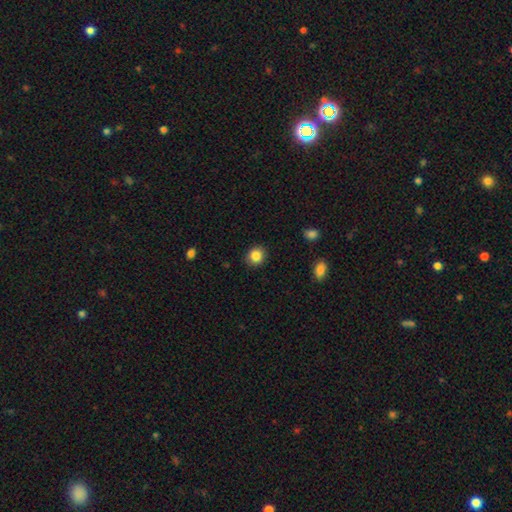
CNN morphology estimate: smooth_or_featured: smooth (p=0.86) [alt: star or artifact p=0.10]
how_rounded: round (p=0.80) [alt: in between p=0.19]
merging: none (p=0.89) [alt: minor disturbance p=0.07]